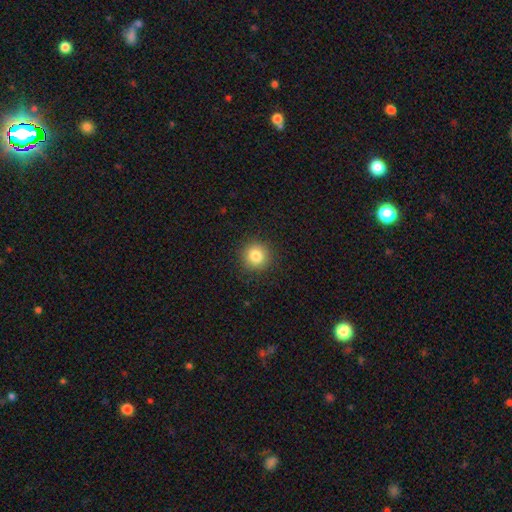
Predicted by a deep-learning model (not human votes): Smooth or featured? Predicted: smooth (p=0.83). How rounded? Predicted: round (p=0.93). Merging? Predicted: none (p=0.91).